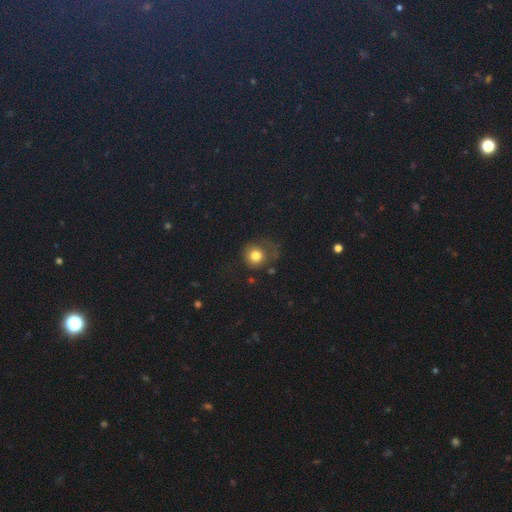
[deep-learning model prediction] A smooth galaxy with no disk features (77%) that is round (87%). Merging: none (57%).